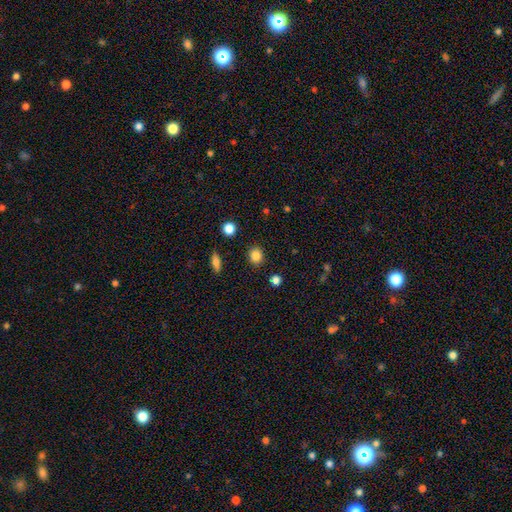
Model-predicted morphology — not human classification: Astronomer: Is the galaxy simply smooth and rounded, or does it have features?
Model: smooth — 85%.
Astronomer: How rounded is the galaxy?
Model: round — 74%.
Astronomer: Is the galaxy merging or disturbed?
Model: none — 89%.